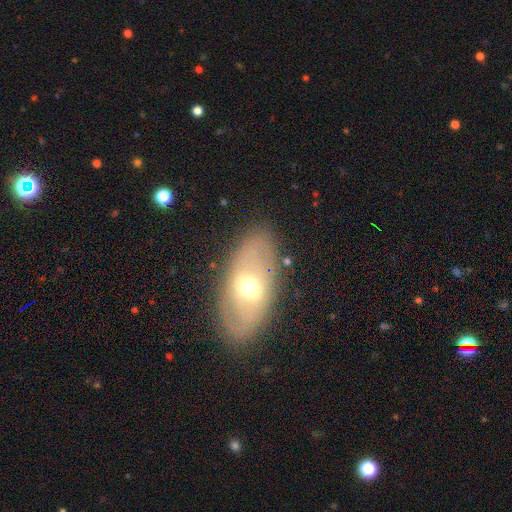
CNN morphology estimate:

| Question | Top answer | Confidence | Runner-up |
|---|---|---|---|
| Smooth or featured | featured or disk | 51% | smooth (41%) |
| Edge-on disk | no | 84% | yes (16%) |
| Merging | none | 83% | minor disturbance (12%) |